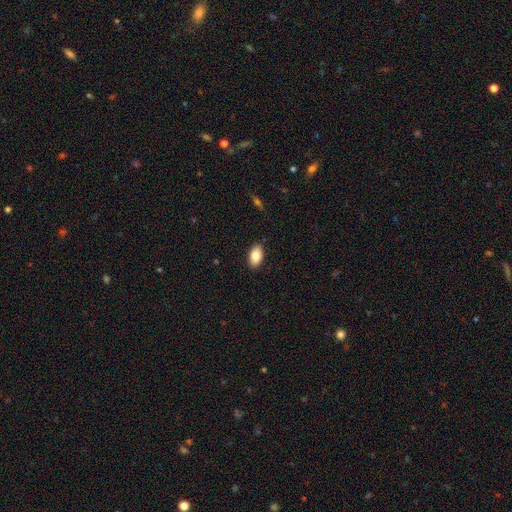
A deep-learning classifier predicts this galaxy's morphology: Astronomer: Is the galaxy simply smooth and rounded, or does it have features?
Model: smooth — 83%.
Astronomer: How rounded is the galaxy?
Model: in between — 93%.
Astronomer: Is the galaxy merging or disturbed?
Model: none — 89%.